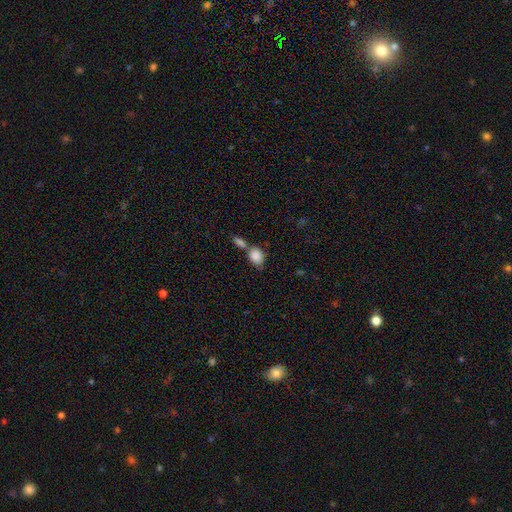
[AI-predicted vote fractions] A smooth galaxy with no disk features (86%) that is in between round and cigar-shaped (69%). Merging: merger (41%, tied with none).